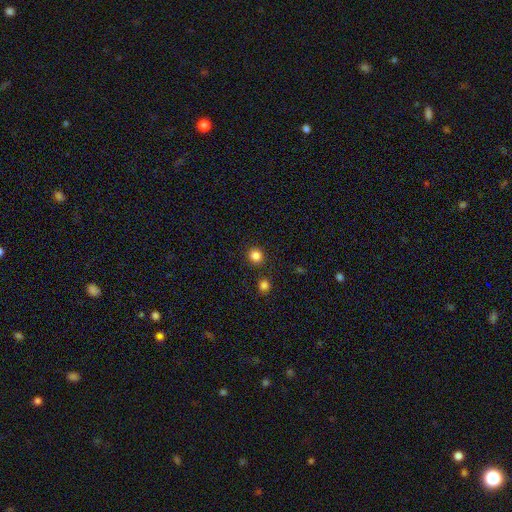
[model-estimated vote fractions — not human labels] Smooth or featured? Predicted: smooth (p=0.84). How rounded? Predicted: round (p=0.92). Merging? Predicted: none (p=0.89).